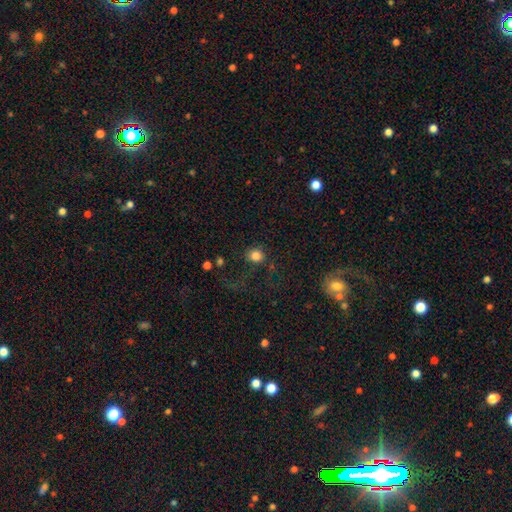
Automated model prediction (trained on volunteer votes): Smooth or featured? Predicted: smooth (p=0.82). How rounded? Predicted: round (p=0.80). Merging? Predicted: none (p=0.73).